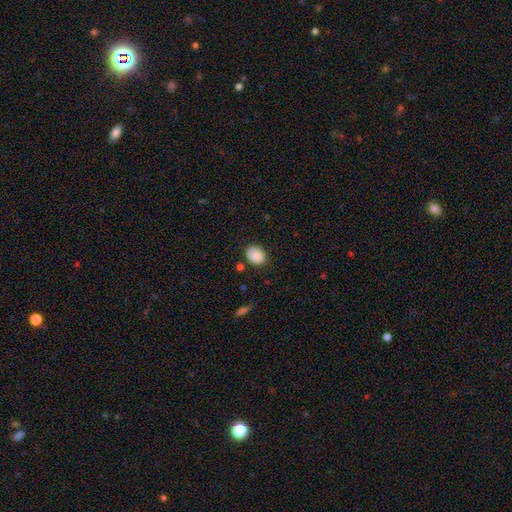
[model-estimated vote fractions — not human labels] smooth 89%, star or artifact 8%, featured or disk 3%. Down the decision tree: how rounded — in between (63%); merging — none (81%).